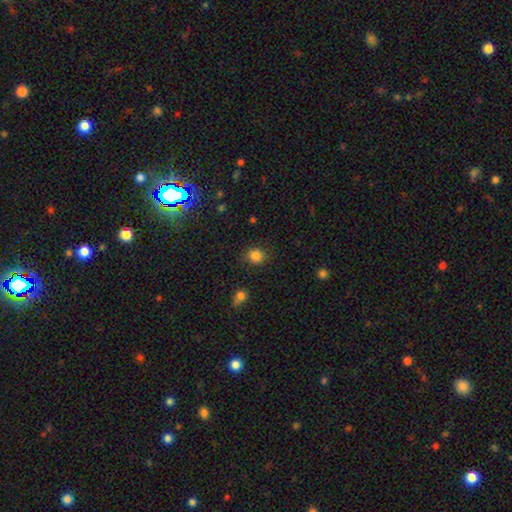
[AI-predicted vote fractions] A smooth galaxy with no disk features (83%) that is round (79%). Merging: none (83%).